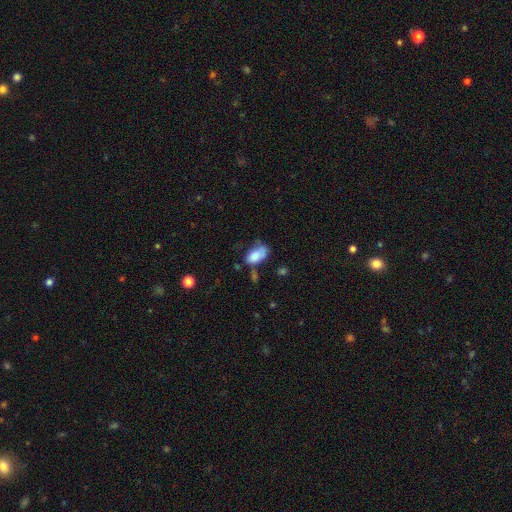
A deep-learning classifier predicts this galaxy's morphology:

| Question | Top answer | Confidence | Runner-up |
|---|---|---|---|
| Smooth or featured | smooth | 76% | featured or disk (16%) |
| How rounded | in between | 92% | round (5%) |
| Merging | minor disturbance | 34% | tied: none (34%) |